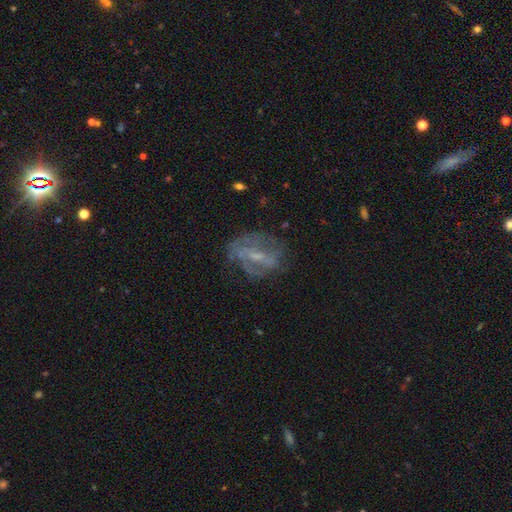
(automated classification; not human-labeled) Smooth or featured? Predicted: featured or disk (p=0.68). Edge-on disk? Predicted: no (p=0.94). Bar? Predicted: weak (p=0.44). Spiral arms? Predicted: yes (p=0.63). Bulge size? Predicted: small (p=0.52). Merging? Predicted: none (p=0.60).